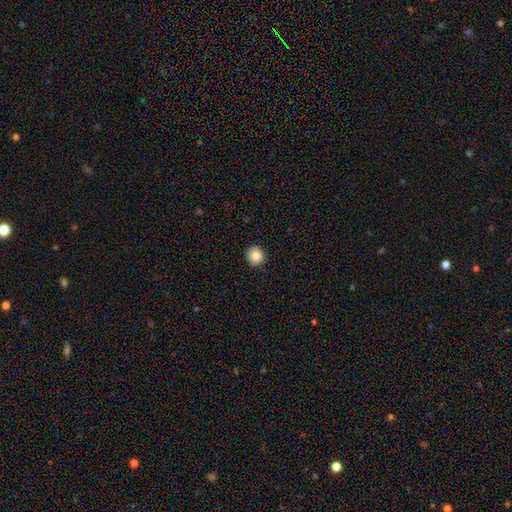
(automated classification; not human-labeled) Overall: smooth (86%). How rounded: round (89%). Merging: none (86%).